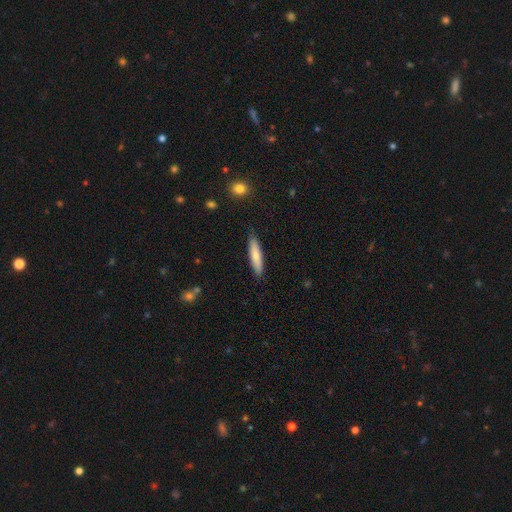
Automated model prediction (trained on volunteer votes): Smooth or featured? smooth (77%)
How rounded? cigar-shaped (81%)
Merging? none (85%)